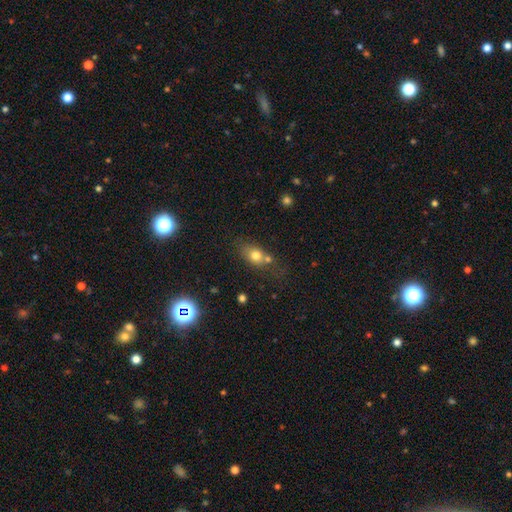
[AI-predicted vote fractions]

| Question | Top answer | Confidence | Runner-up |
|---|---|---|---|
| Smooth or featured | smooth | 75% | featured or disk (14%) |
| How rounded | in between | 63% | round (33%) |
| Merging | none | 50% | merger (25%) |